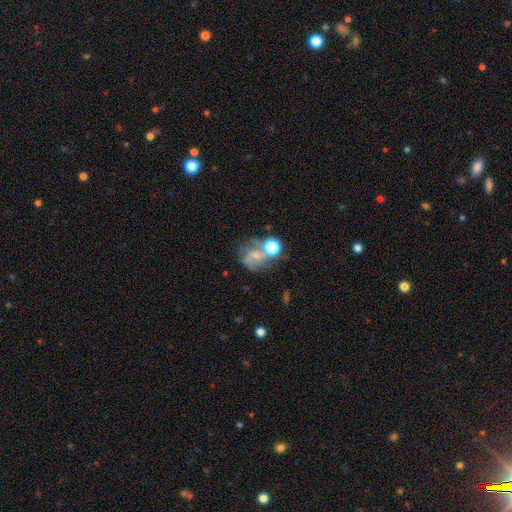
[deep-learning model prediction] The model was most divided on "merging": none: 36%, merger: 30%, major disturbance: 17%, minor disturbance: 16%. Remaining: smooth or featured — featured or disk (50%).